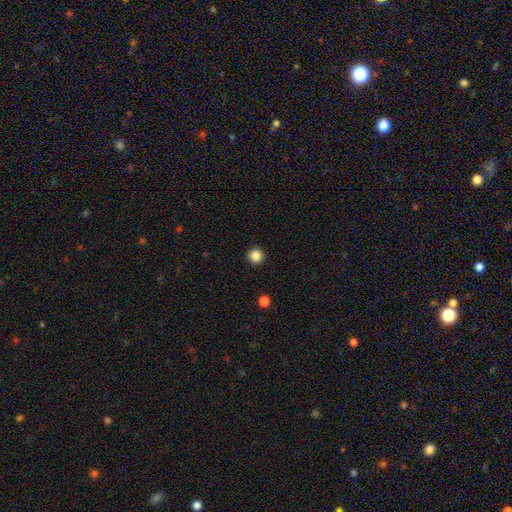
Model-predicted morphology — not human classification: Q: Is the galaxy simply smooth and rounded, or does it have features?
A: smooth — 86%.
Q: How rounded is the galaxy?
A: round — 95%.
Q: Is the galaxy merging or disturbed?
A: none — 93%.